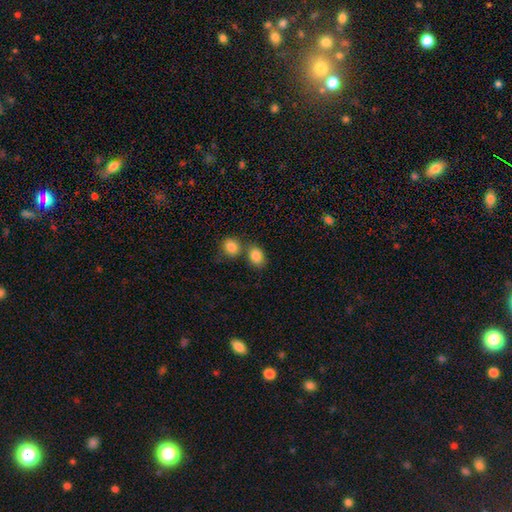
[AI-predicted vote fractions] Overall: smooth (85%). How rounded: in between (67%; round 32%). Merging: none (50%; merger 35%).